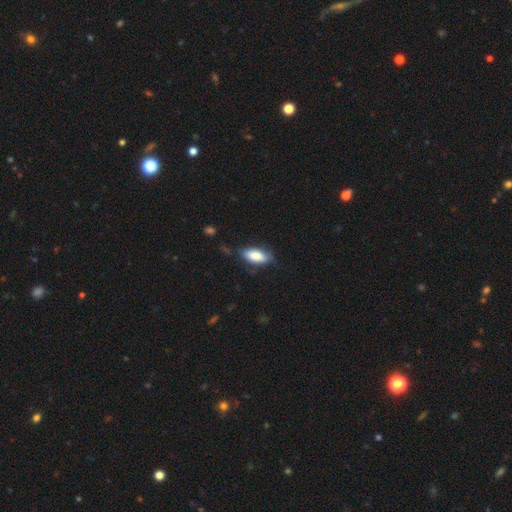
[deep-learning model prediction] The model was most divided on "merging": none: 64%, minor disturbance: 26%, major disturbance: 8%, merger: 2%. More confident: how rounded — in between (87%); smooth or featured — smooth (80%).